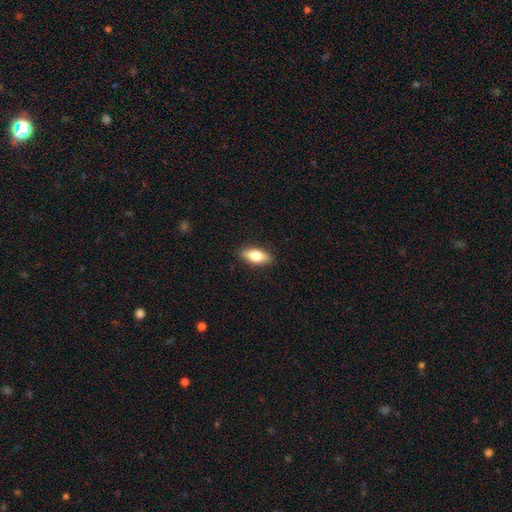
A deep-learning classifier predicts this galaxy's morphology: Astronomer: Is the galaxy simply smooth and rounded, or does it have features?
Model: smooth — 73%.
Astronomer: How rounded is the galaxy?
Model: in between — 80%.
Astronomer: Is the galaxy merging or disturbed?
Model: none — 89%.